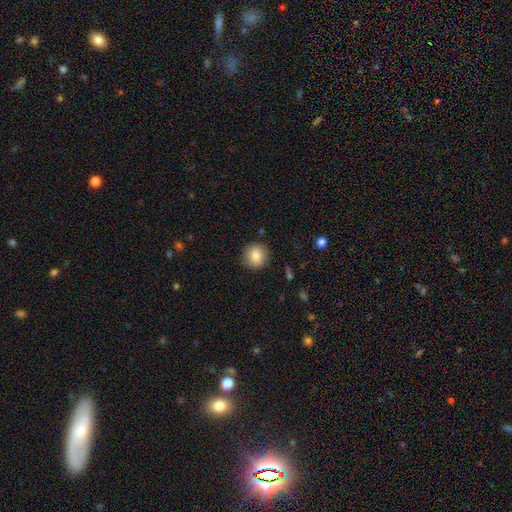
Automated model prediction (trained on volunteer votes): The model was most divided on "smooth or featured": smooth: 84%, star or artifact: 8%, featured or disk: 8%. More confident: merging — none (88%); how rounded — round (88%).